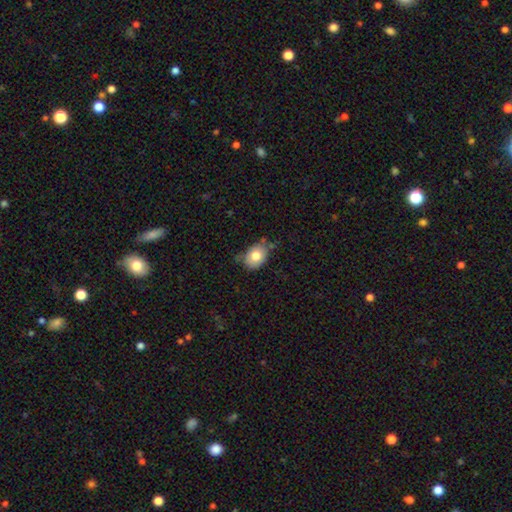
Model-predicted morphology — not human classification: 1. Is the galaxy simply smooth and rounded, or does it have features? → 76% smooth, 16% featured or disk, 8% star or artifact.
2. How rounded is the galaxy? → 67% in between, 32% round, 1% cigar-shaped.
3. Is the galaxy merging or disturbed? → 58% none, 31% minor disturbance, 6% major disturbance, 4% merger.